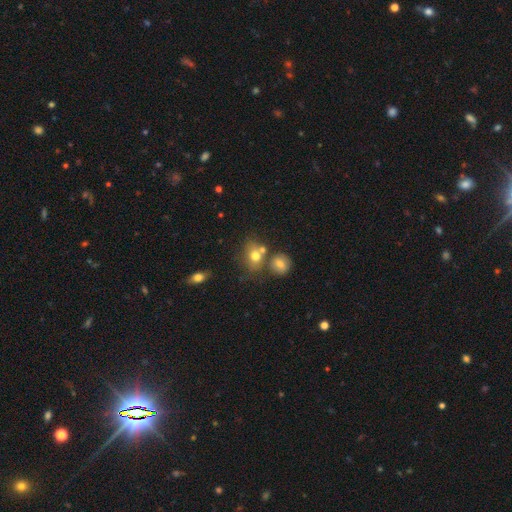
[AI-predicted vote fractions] Smooth or featured? smooth (72%)
How rounded? round (56%)
Merging? none (50%)